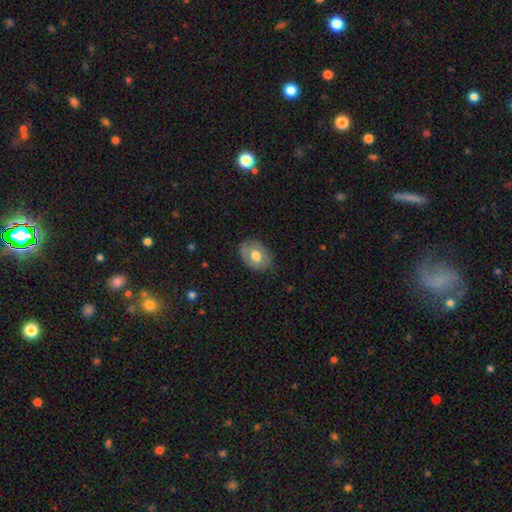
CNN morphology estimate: A smooth galaxy with no disk features (59%) that is in between round and cigar-shaped (74%).

Vote fractions:
- Smooth or featured? smooth: 59% / featured or disk: 35% / star or artifact: 7%
- How rounded? in between: 74% / round: 25% / cigar-shaped: 1%
- Merging? none: 79% / minor disturbance: 16% / major disturbance: 4% / merger: 1%